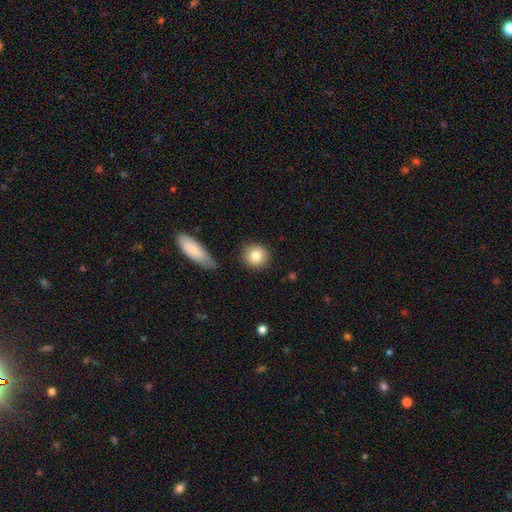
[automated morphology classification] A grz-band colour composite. It shows a smooth galaxy with no disk features (82%) that is round (90%). Merging: none (84%).